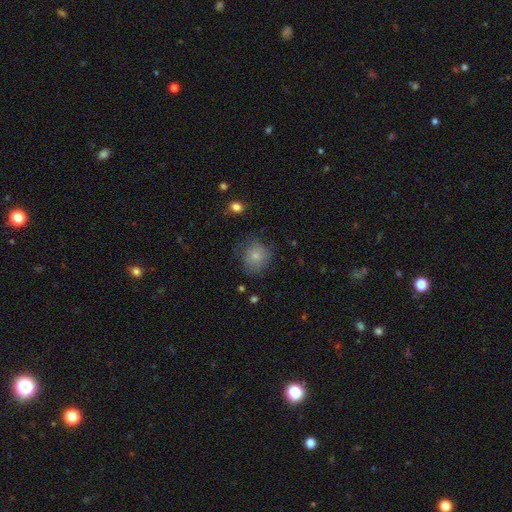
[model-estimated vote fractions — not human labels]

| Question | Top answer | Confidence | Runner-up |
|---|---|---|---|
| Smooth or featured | smooth | 76% | featured or disk (15%) |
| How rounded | round | 77% | in between (22%) |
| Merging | none | 62% | minor disturbance (25%) |